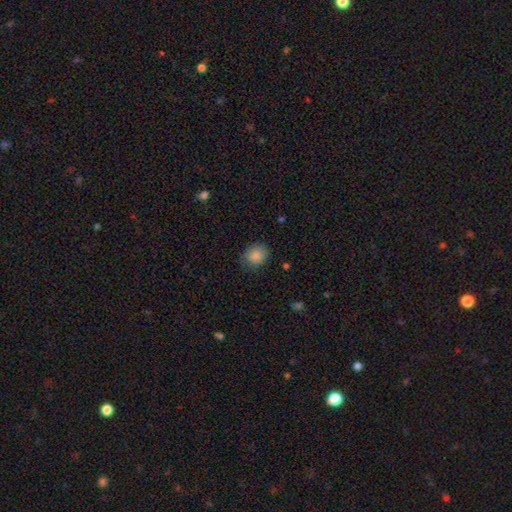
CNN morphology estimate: The model was most divided on "how rounded": round: 59%, in between: 40%, cigar-shaped: 1%. More confident: smooth or featured — smooth (85%); merging — none (76%).